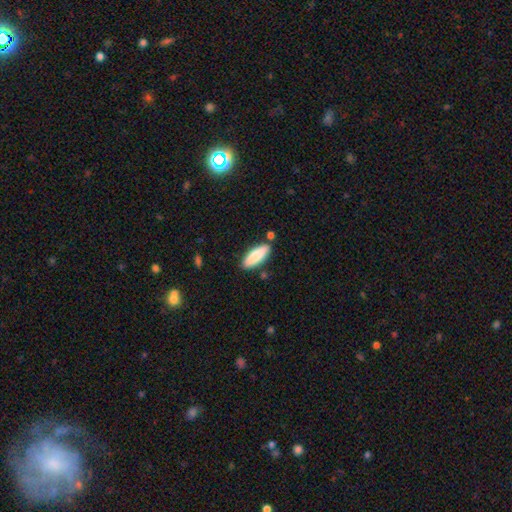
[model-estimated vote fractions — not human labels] Overall: smooth (84%). How rounded: in between (61%; cigar-shaped 37%). Merging: none (82%).